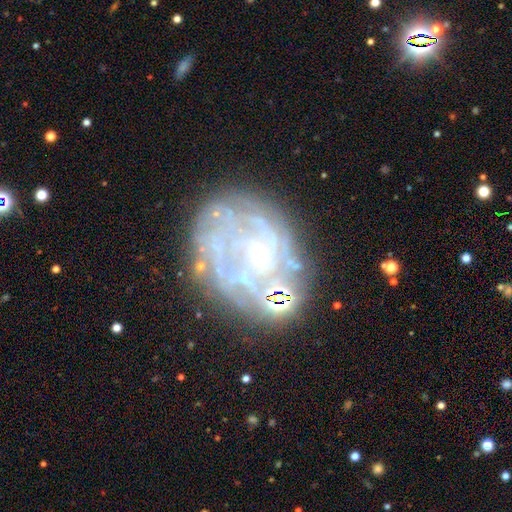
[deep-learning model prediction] A featured or disk galaxy (76%) with no bar (75%), tight (63%) spiral arms (72%) and a small central bulge (66%). Merging: none (64%).